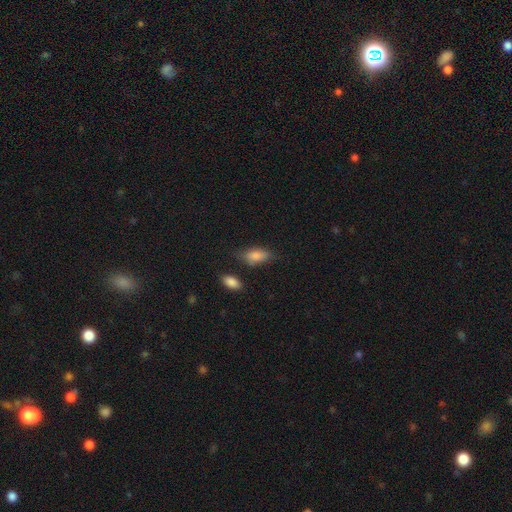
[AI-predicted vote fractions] The model was most divided on "merging": none: 71%, minor disturbance: 19%, merger: 5%, major disturbance: 5%. More confident: how rounded — in between (82%); smooth or featured — smooth (79%).